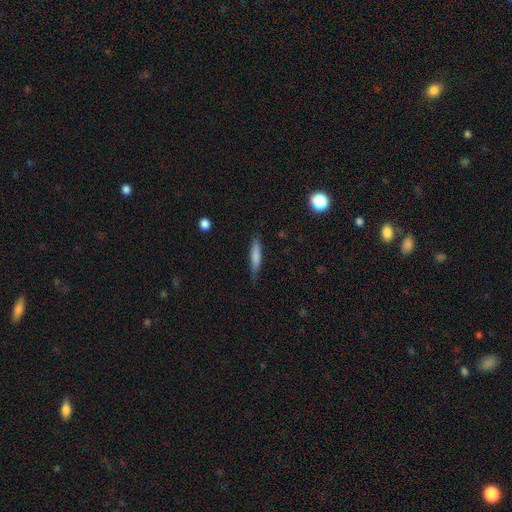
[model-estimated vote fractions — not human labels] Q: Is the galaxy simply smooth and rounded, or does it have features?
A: smooth — 77%.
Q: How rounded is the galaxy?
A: cigar-shaped — 84%.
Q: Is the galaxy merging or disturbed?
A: none — 77%.